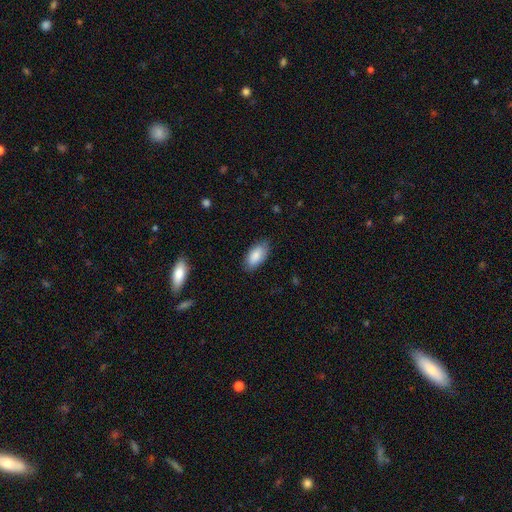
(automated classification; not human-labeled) smooth_or_featured: smooth (p=0.86) [alt: featured or disk p=0.08]
how_rounded: in between (p=0.93) [alt: cigar-shaped p=0.04]
merging: none (p=0.83) [alt: minor disturbance p=0.13]